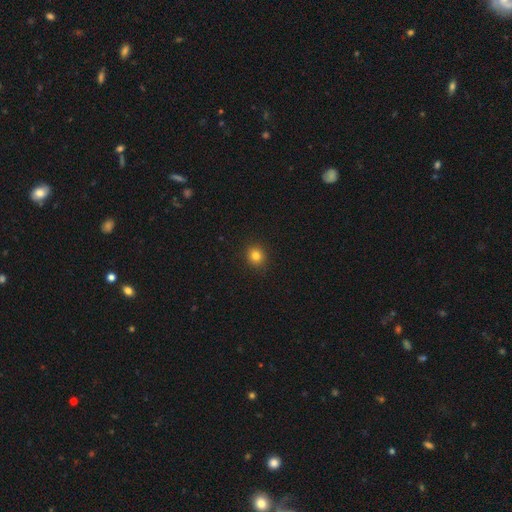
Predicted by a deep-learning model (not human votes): Smooth or featured?
  - smooth: 82% *
  - star or artifact: 13%
  - featured or disk: 5%
How rounded?
  - round: 86% *
  - in between: 14%
  - cigar-shaped: 1%
Merging?
  - none: 92% *
  - minor disturbance: 6%
  - major disturbance: 2%
  - merger: 1%